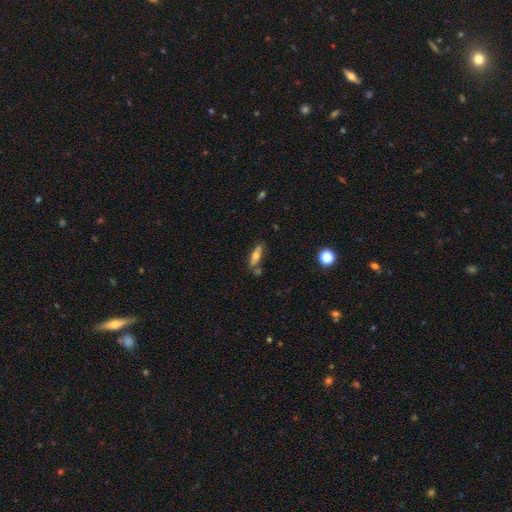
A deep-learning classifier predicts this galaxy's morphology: A smooth galaxy with no disk features (57%) that is in between round and cigar-shaped (50%). Merging: none (60%).